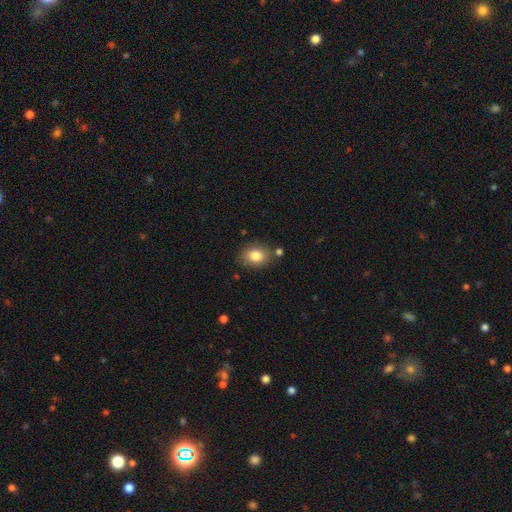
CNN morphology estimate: The model was most divided on "how rounded": in between: 59%, round: 40%, cigar-shaped: 1%. More confident: smooth or featured — smooth (82%); merging — none (79%).